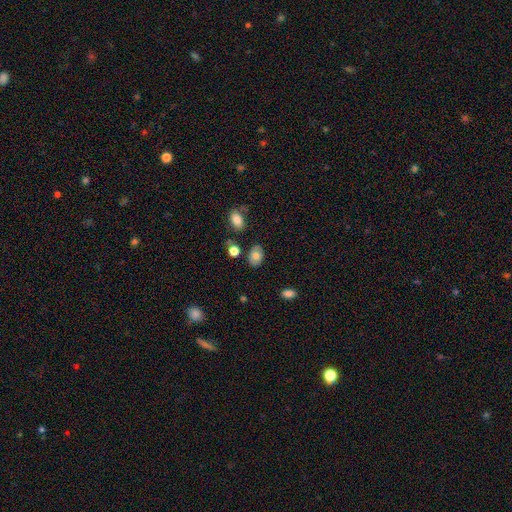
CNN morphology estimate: Smooth or featured? Predicted: smooth (p=0.76). How rounded? Predicted: in between (p=0.81). Merging? Predicted: none (p=0.80).